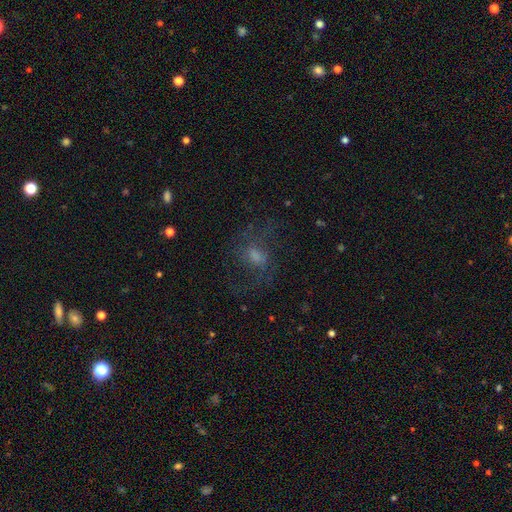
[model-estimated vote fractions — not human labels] This is possibly a featured or disk galaxy (49%). Merging: possibly none (52%).